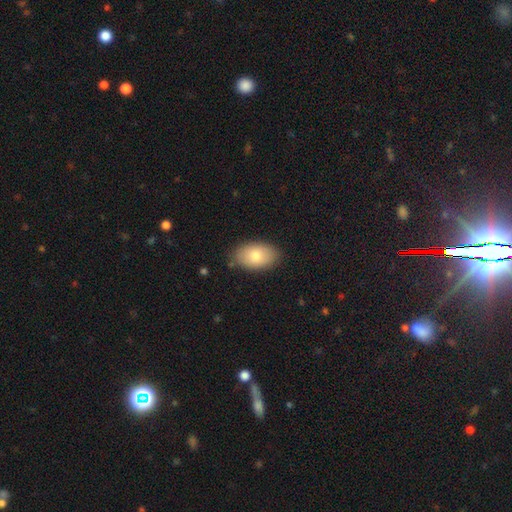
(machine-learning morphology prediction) The model was most divided on "smooth or featured": smooth: 79%, featured or disk: 14%, star or artifact: 7%. More confident: how rounded — in between (91%); merging — none (83%).